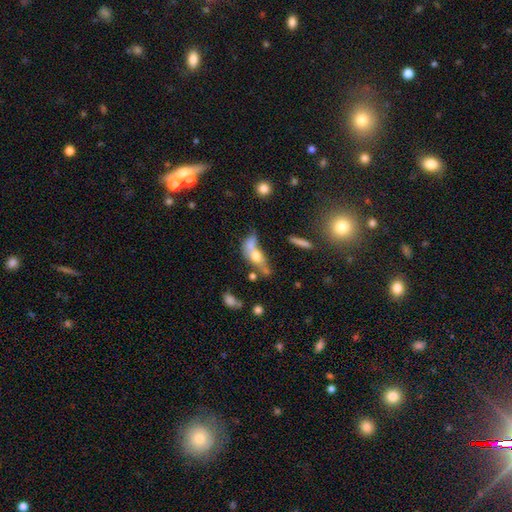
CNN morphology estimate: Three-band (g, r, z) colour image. It shows a smooth galaxy with no disk features (55%) that is in between round and cigar-shaped (66%). Merging: merger (48%).